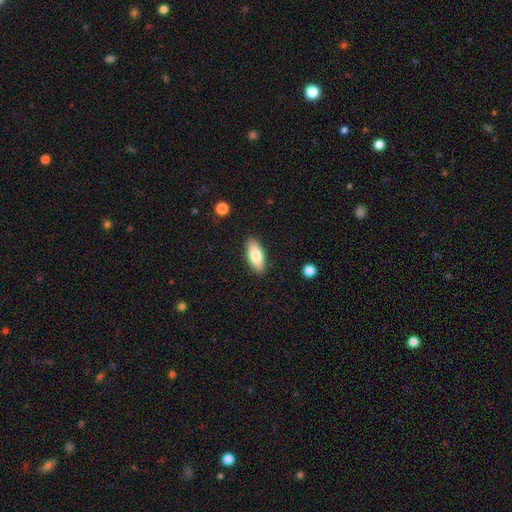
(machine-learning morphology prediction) This is clearly a smooth galaxy (81%). How rounded: clearly in between (81%). Merging: clearly none (88%).